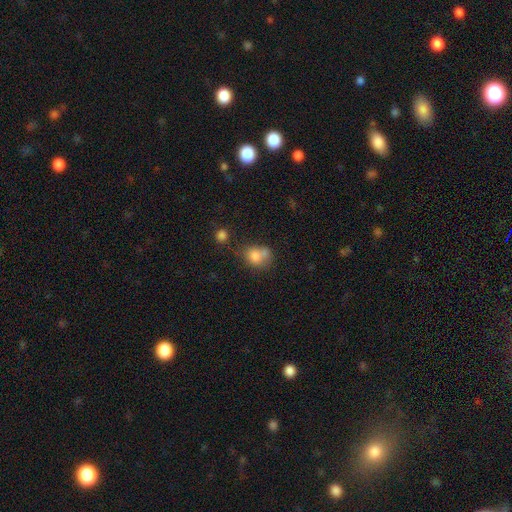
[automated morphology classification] smooth 76%, featured or disk 12%, star or artifact 11%. Down the decision tree: how rounded — round (57%); merging — merger (38%, tied with none).